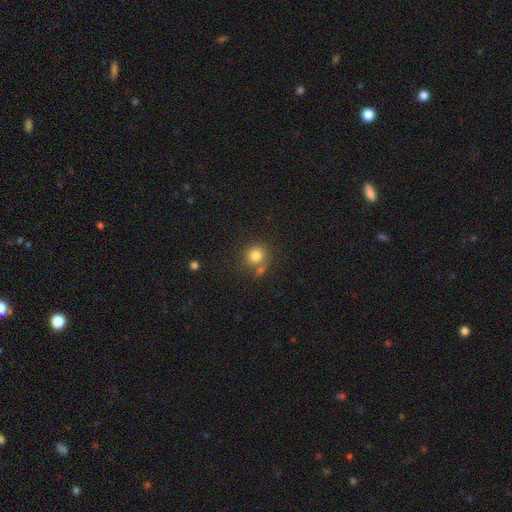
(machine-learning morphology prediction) Q: Smooth or featured?
A: smooth (81%); runner-up: star or artifact (11%)
Q: How rounded?
A: round (85%); runner-up: in between (14%)
Q: Merging?
A: none (63%); runner-up: merger (19%)